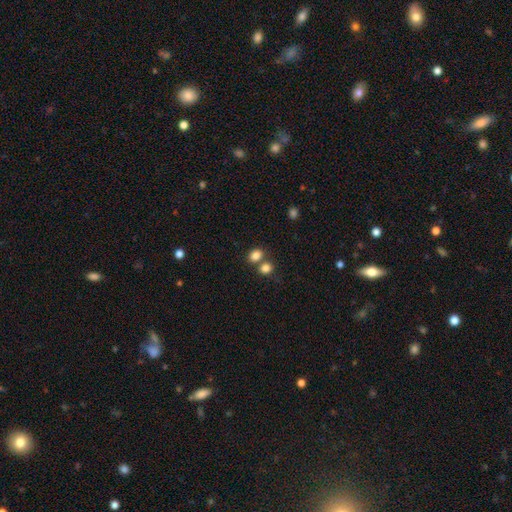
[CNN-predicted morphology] Overall: smooth (83%). How rounded: in between (55%; round 44%). Merging: none (52%; merger 36%).